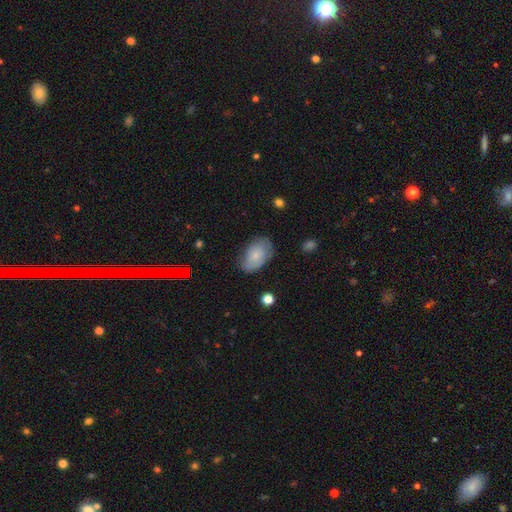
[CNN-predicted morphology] A smooth galaxy with no disk features (71%) that is in between round and cigar-shaped (91%).

Vote fractions:
- Smooth or featured? smooth: 71% / featured or disk: 22% / star or artifact: 8%
- How rounded? in between: 91% / round: 8% / cigar-shaped: 1%
- Merging? none: 69% / minor disturbance: 23% / major disturbance: 6% / merger: 2%